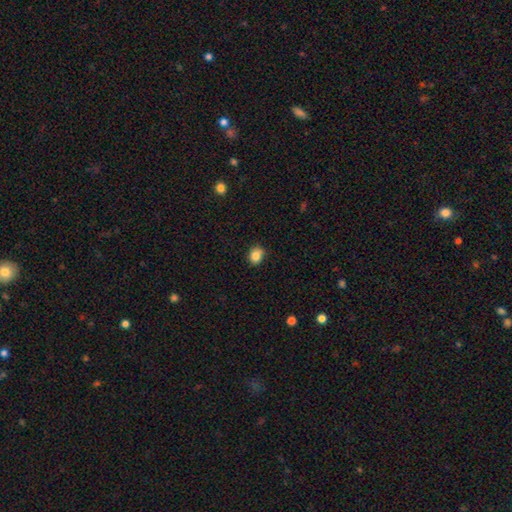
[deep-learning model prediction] Overall: smooth (83%). How rounded: round (63%; in between 36%). Merging: none (75%).